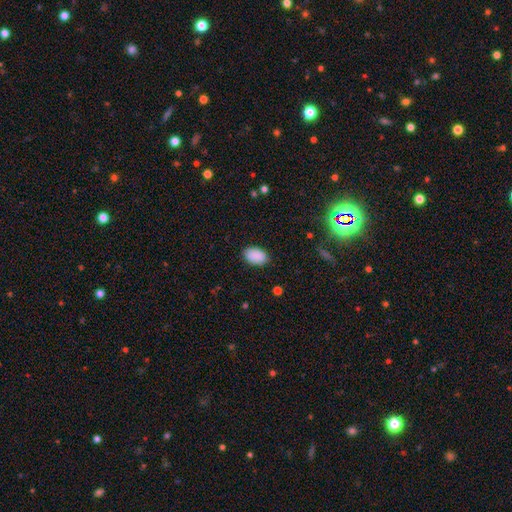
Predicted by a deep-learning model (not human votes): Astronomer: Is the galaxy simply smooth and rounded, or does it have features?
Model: smooth — 90%.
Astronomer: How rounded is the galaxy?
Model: in between — 92%.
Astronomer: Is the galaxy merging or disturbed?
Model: none — 87%.